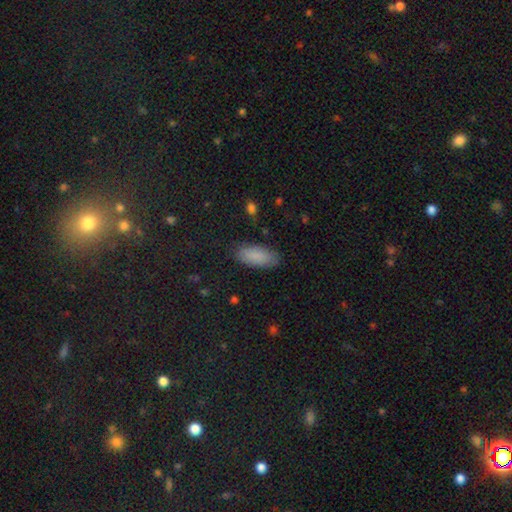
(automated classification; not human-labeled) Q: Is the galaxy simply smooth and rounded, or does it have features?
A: smooth — 86%.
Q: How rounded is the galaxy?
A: in between — 87%.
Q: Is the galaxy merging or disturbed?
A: none — 83%.